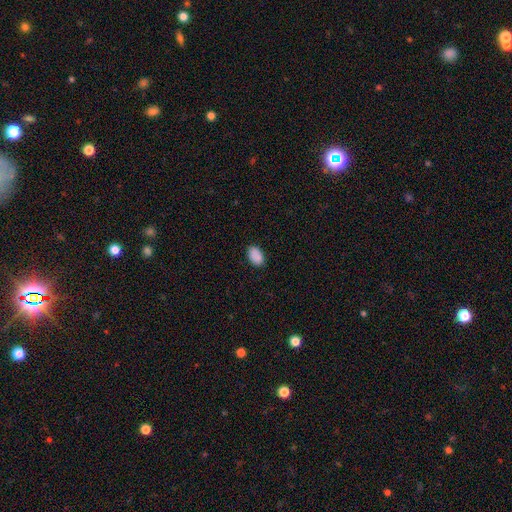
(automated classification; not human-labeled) This is clearly a smooth galaxy (89%). How rounded: clearly in between (92%). Merging: clearly none (86%).